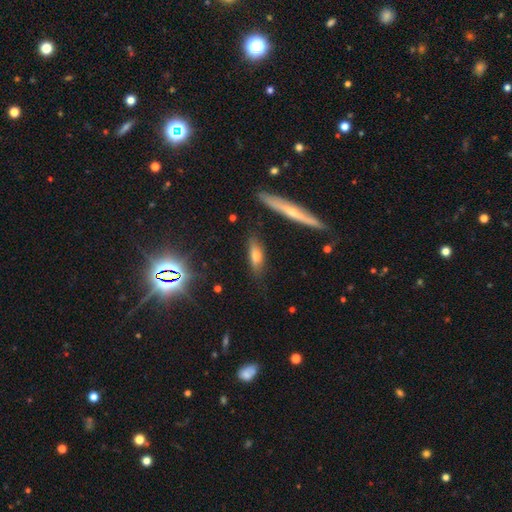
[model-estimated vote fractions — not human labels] Smooth or featured?
  - smooth: 64% *
  - featured or disk: 26%
  - star or artifact: 11%
How rounded?
  - in between: 51% *
  - cigar-shaped: 45%
  - round: 4%
Merging?
  - none: 77% *
  - minor disturbance: 16%
  - major disturbance: 4%
  - merger: 3%